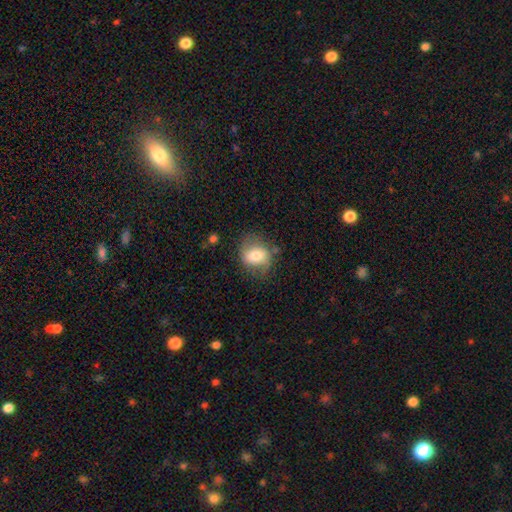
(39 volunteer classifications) smooth-or-featured: smooth: 67% | featured or disk: 26% | star or artifact: 8%
  how-rounded: in between: 54% | round: 46% | cigar-shaped: 0%
  merging: none: 67% | minor disturbance: 22% | major disturbance: 8% | merger: 3%